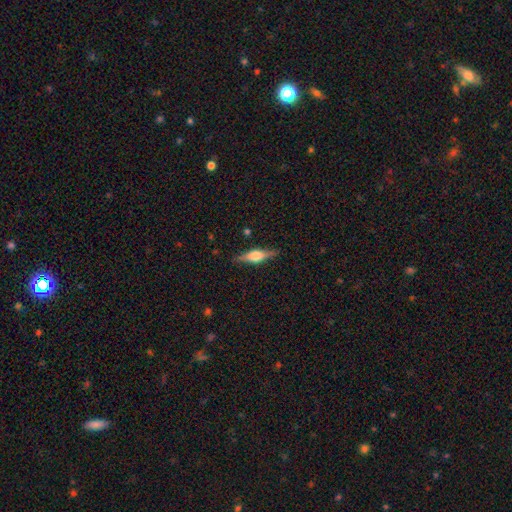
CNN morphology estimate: Q: Smooth or featured?
A: featured or disk (66%); runner-up: smooth (28%)
Q: Edge-on disk?
A: yes (96%); runner-up: no (4%)
Q: Edge-on bulge?
A: rounded (88%); runner-up: boxy (10%)
Q: Merging?
A: none (87%); runner-up: minor disturbance (10%)